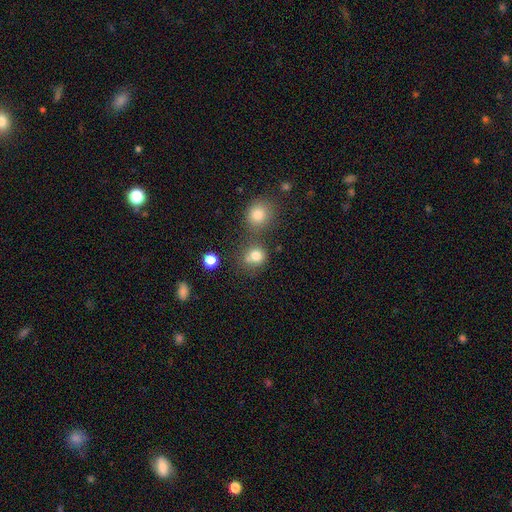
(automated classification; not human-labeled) Morphology: type=smooth (79%); roundness=round (82%); merging=none (56%).